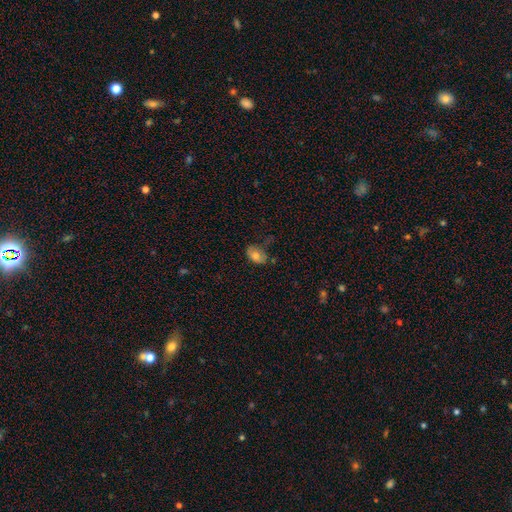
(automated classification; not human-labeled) Smooth or featured?
  - smooth: 73% *
  - featured or disk: 18%
  - star or artifact: 8%
How rounded?
  - in between: 86% *
  - round: 12%
  - cigar-shaped: 2%
Merging?
  - none: 48% *
  - minor disturbance: 34%
  - major disturbance: 13%
  - merger: 5%